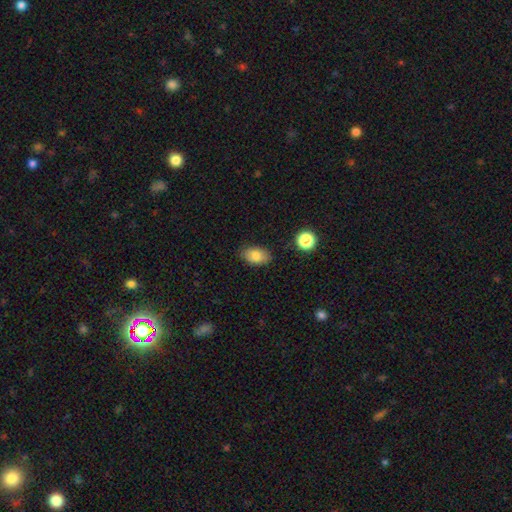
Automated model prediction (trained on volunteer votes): Q: Smooth or featured?
A: smooth (82%); runner-up: star or artifact (9%)
Q: How rounded?
A: in between (88%); runner-up: round (10%)
Q: Merging?
A: none (83%); runner-up: minor disturbance (12%)